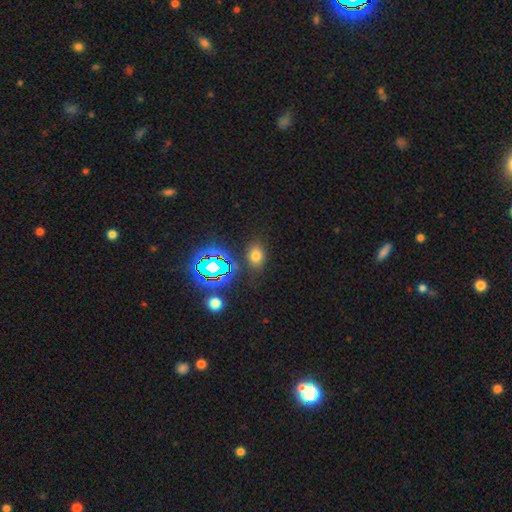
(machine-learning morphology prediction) Q: Smooth or featured?
A: smooth (66%); runner-up: star or artifact (25%)
Q: How rounded?
A: in between (67%); runner-up: round (31%)
Q: Merging?
A: none (81%); runner-up: minor disturbance (11%)